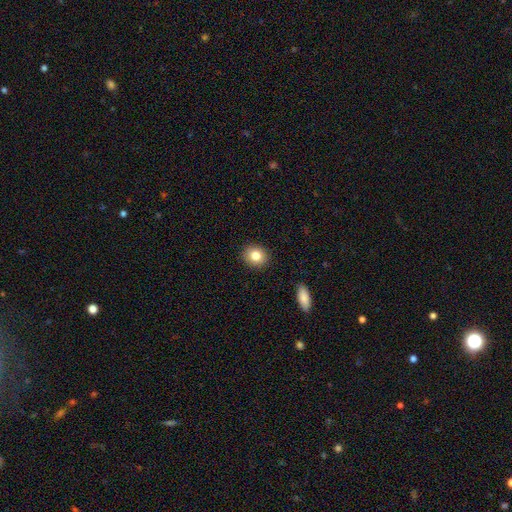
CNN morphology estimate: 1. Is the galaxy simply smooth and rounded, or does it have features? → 82% smooth, 9% star or artifact, 9% featured or disk.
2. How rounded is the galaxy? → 71% round, 28% in between, 1% cigar-shaped.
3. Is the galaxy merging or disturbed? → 90% none, 6% minor disturbance, 2% major disturbance, 1% merger.